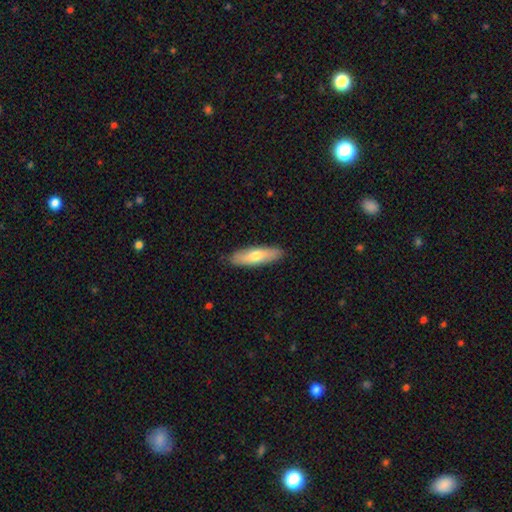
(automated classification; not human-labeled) A smooth galaxy with no disk features (68%) that is cigar-shaped (56%). Merging: none (87%).